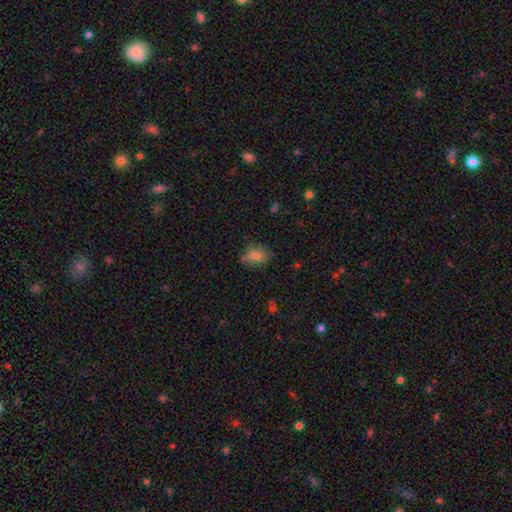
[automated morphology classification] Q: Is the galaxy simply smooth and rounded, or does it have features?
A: smooth — 79%.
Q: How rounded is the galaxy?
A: in between — 65%.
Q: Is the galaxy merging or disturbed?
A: none — 76%.